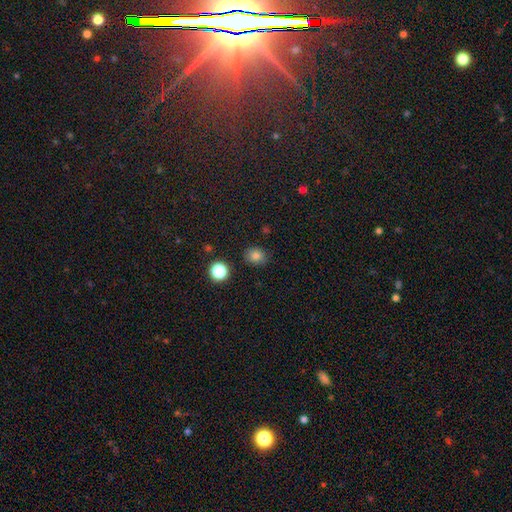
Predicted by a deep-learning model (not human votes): A smooth galaxy with no disk features (81%) that is round (72%). Merging: none (85%).